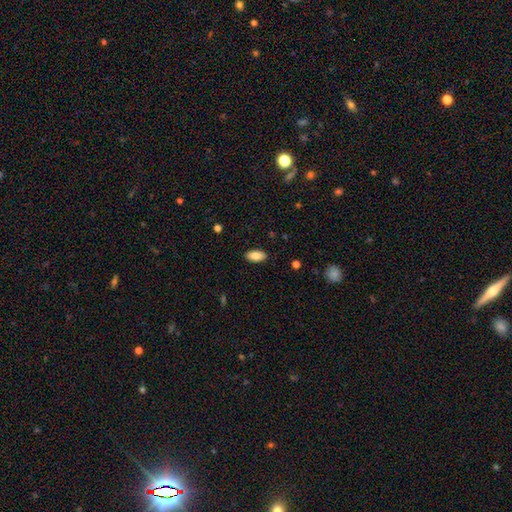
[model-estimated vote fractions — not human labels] Morphology: type=smooth (84%); roundness=in between (91%); merging=none (89%).